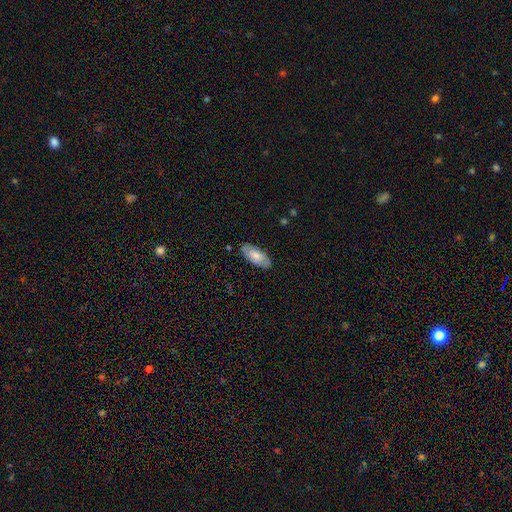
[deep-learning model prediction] This is likely a smooth galaxy (64%). How rounded: clearly in between (87%). Merging: clearly none (82%).